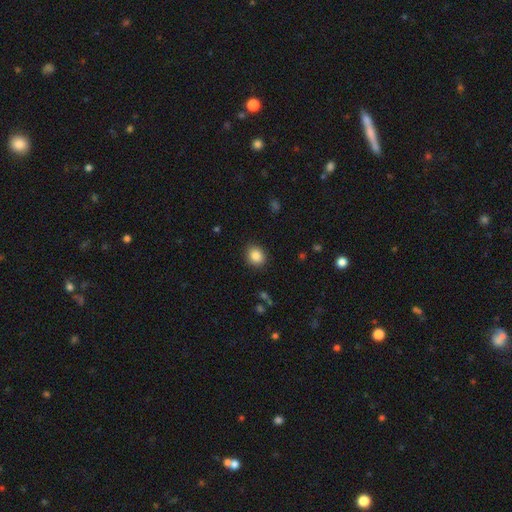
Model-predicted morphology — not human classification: Smooth or featured? smooth (86%)
How rounded? round (67%)
Merging? none (89%)